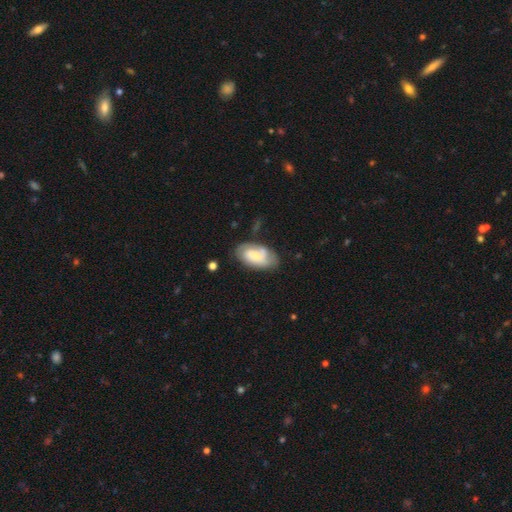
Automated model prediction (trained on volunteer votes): Smooth or featured? smooth (57%)
How rounded? in between (94%)
Merging? none (59%)